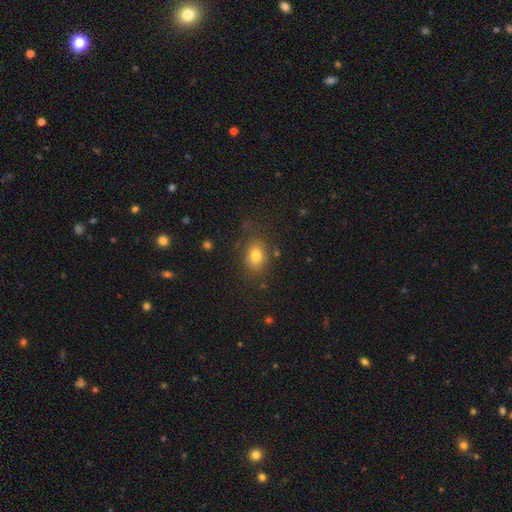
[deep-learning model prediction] This is likely a smooth galaxy (79%). How rounded: possibly in between (59%). Merging: likely none (76%).